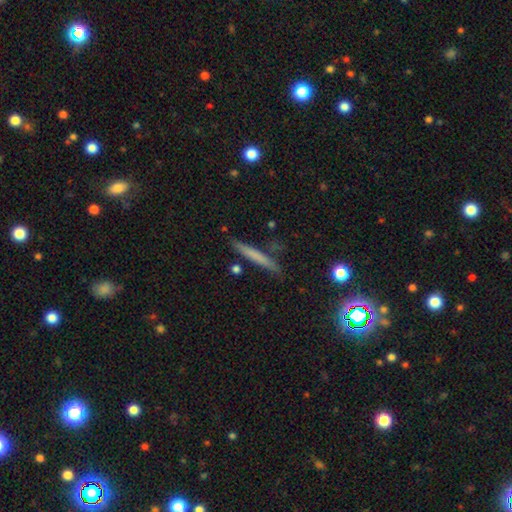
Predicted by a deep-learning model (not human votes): Overall: smooth (64%; featured or disk 29%). How rounded: cigar-shaped (95%). Merging: none (85%).